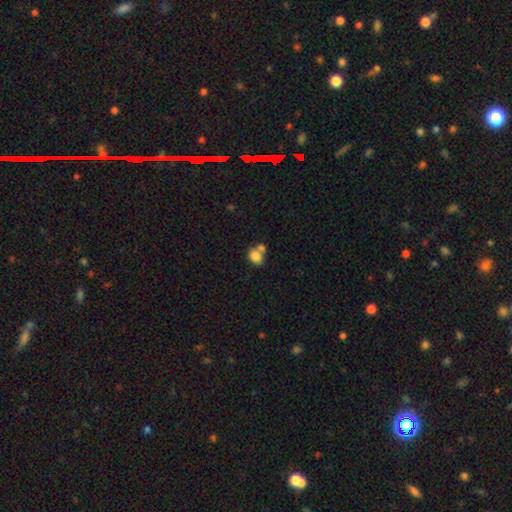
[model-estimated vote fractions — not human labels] Smooth or featured? smooth (81%)
How rounded? round (50%)
Merging? merger (45%)